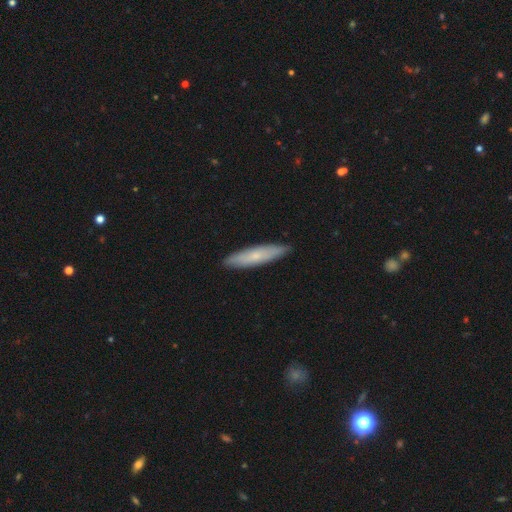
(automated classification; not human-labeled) This is likely a smooth galaxy (64%). How rounded: clearly cigar-shaped (83%). Merging: clearly none (90%).